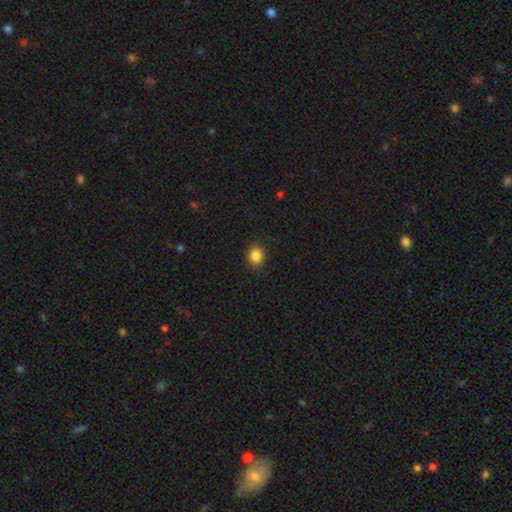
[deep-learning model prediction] Overall: smooth (85%). How rounded: round (56%; in between 43%). Merging: none (86%).